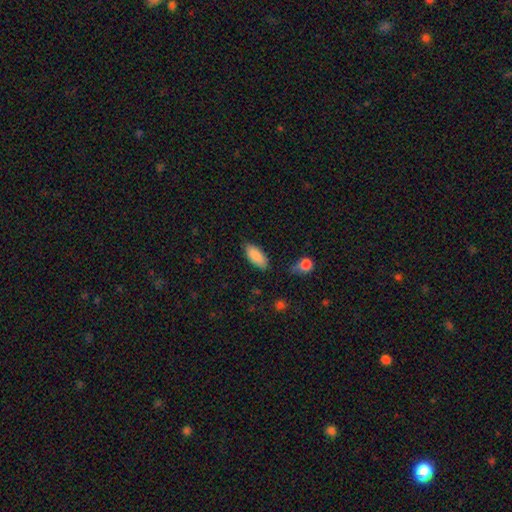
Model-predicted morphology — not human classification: Smooth or featured? smooth (88%)
How rounded? in between (87%)
Merging? none (78%)